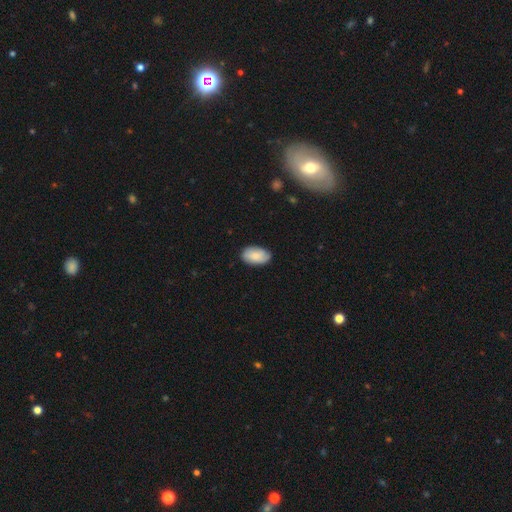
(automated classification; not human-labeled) A smooth galaxy with no disk features (76%) that is in between round and cigar-shaped (93%). Merging: none (80%).